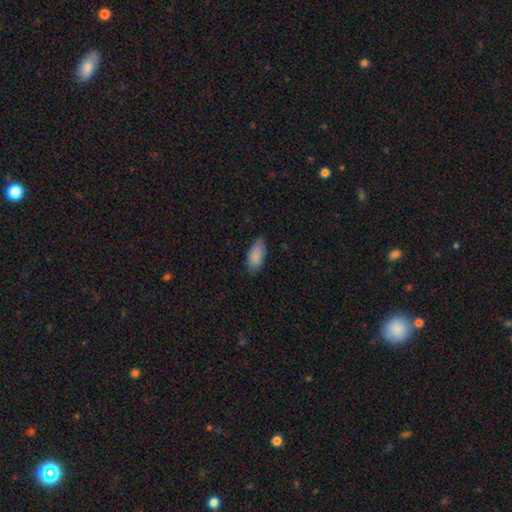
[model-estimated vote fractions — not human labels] Overall: smooth (86%). How rounded: in between (90%). Merging: none (77%).